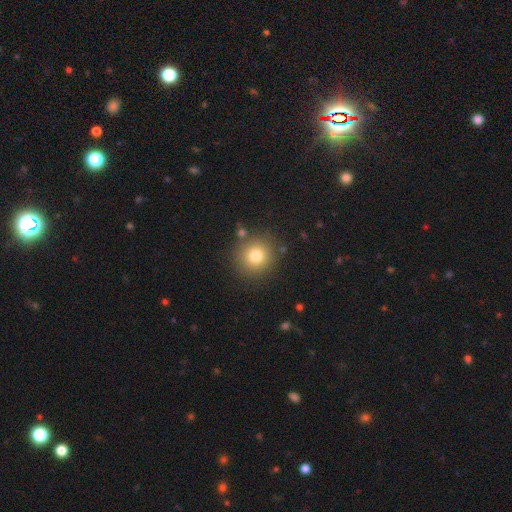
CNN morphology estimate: Overall: smooth (78%). How rounded: round (91%). Merging: none (85%).